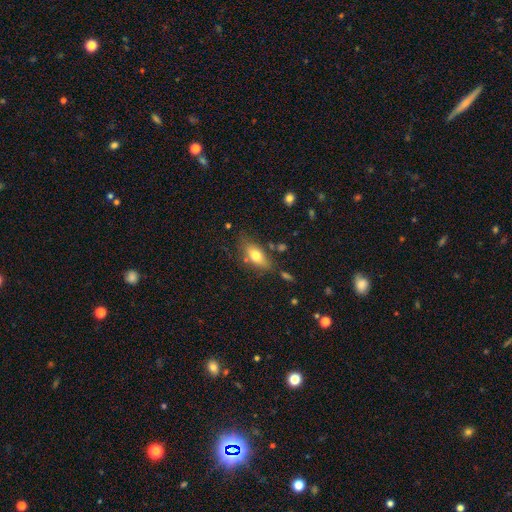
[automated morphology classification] Overall: smooth (71%). How rounded: in between (81%). Merging: none (71%).